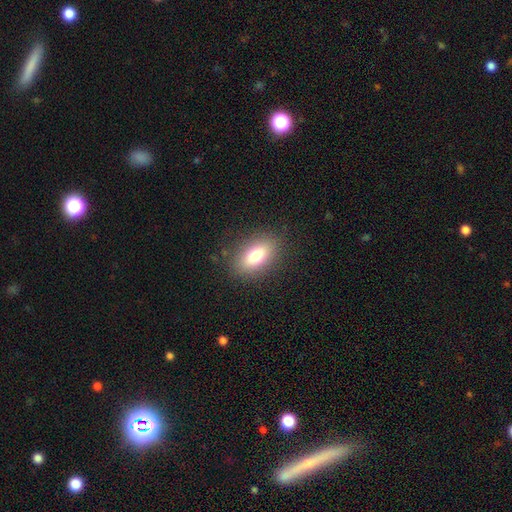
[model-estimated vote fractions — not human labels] A smooth galaxy with no disk features (75%) that is in between round and cigar-shaped (85%). Merging: none (86%).